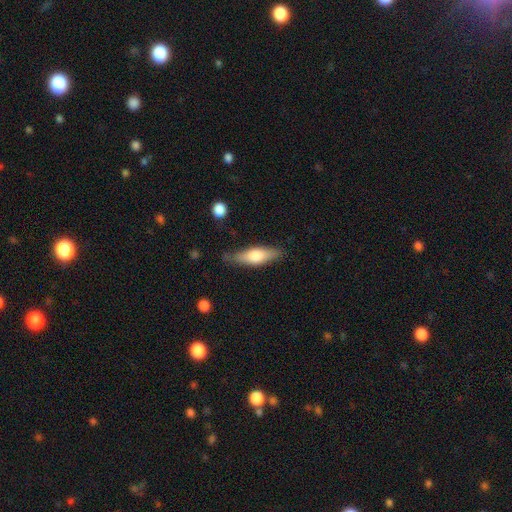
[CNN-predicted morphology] smooth_or_featured: smooth (p=0.59) [alt: featured or disk p=0.35]
how_rounded: cigar-shaped (p=0.52) [alt: in between p=0.46]
merging: none (p=0.77) [alt: minor disturbance p=0.17]